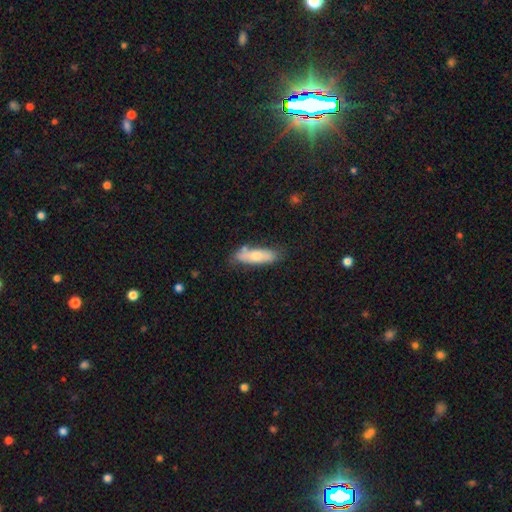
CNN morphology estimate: Smooth or featured: smooth — 67% (featured or disk — 27%)
How rounded: in between — 50% (cigar-shaped — 48%)
Merging: none — 68% (minor disturbance — 20%)